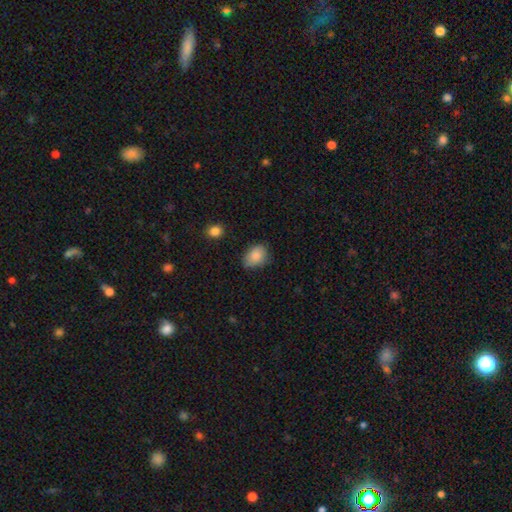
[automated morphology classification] Smooth or featured? smooth (86%)
How rounded? in between (71%)
Merging? none (68%)